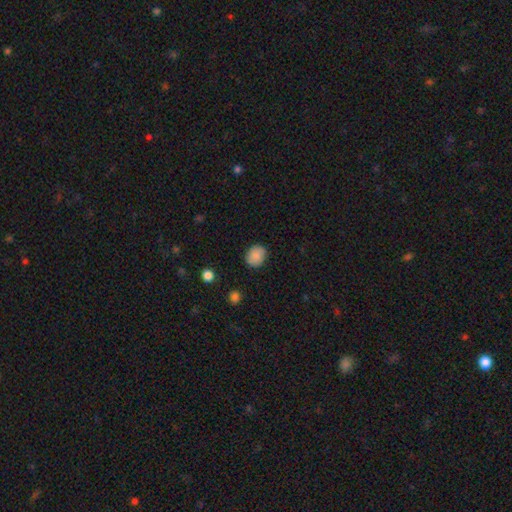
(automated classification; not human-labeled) Smooth or featured? Predicted: smooth (p=0.86). How rounded? Predicted: round (p=0.58). Merging? Predicted: none (p=0.85).